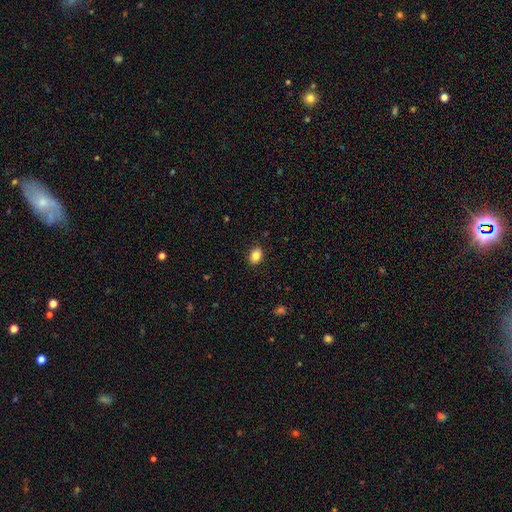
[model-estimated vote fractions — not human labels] Smooth or featured? smooth (84%)
How rounded? in between (75%)
Merging? none (89%)